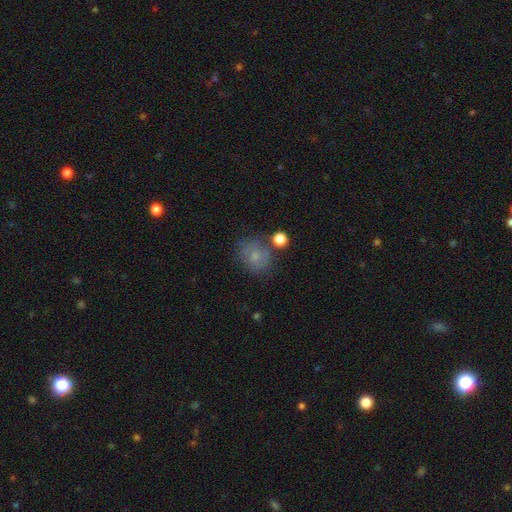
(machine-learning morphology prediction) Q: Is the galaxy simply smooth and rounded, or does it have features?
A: smooth — 68%.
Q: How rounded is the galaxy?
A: round — 73%.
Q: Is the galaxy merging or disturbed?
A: none — 62%.